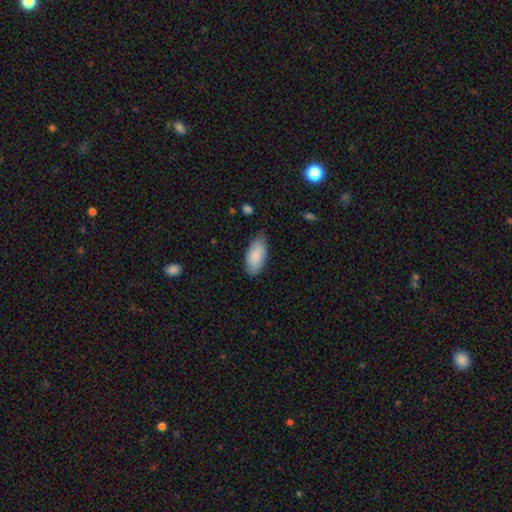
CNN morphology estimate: Q: Smooth or featured?
A: smooth (86%); runner-up: featured or disk (9%)
Q: How rounded?
A: in between (93%); runner-up: cigar-shaped (5%)
Q: Merging?
A: none (70%); runner-up: minor disturbance (25%)